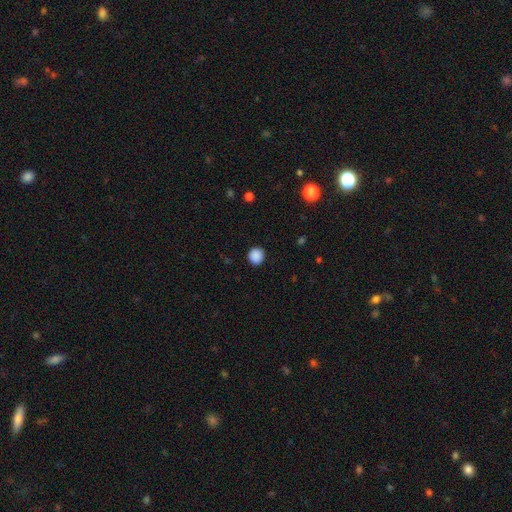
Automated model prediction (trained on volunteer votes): Q: Smooth or featured?
A: smooth (88%); runner-up: star or artifact (9%)
Q: How rounded?
A: round (92%); runner-up: in between (7%)
Q: Merging?
A: none (90%); runner-up: minor disturbance (7%)